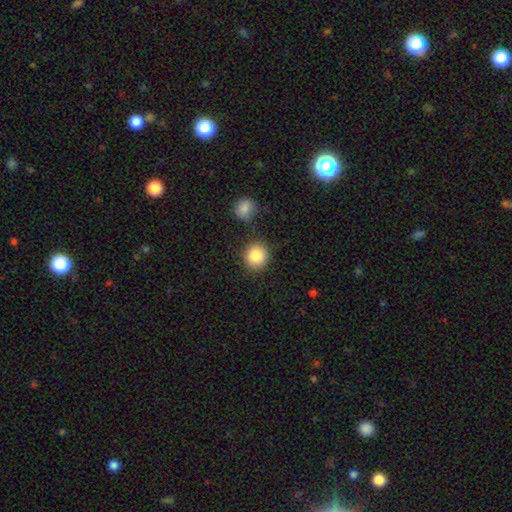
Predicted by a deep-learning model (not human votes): smooth 88%, star or artifact 8%, featured or disk 4%. Down the decision tree: how rounded — round (87%); merging — none (82%).